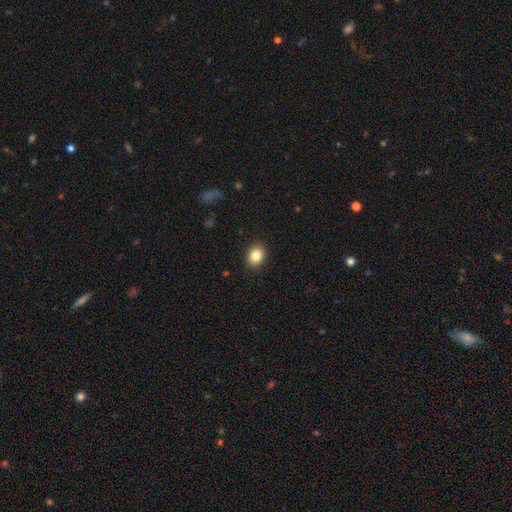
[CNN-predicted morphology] Q: Smooth or featured?
A: smooth (84%); runner-up: star or artifact (9%)
Q: How rounded?
A: round (57%); runner-up: in between (42%)
Q: Merging?
A: none (90%); runner-up: minor disturbance (7%)